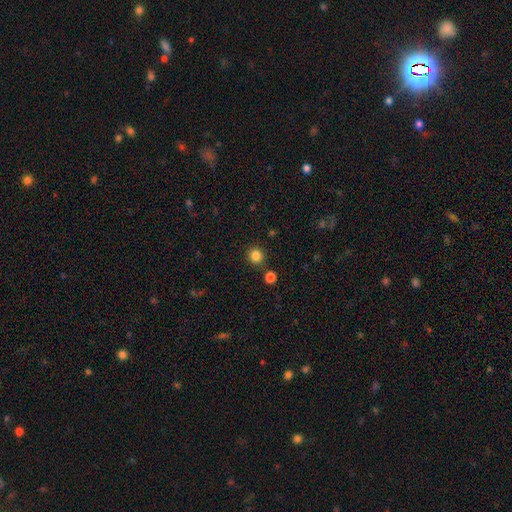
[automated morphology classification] The model was most divided on "smooth or featured": smooth: 83%, star or artifact: 12%, featured or disk: 4%. More confident: how rounded — round (92%); merging — none (86%).